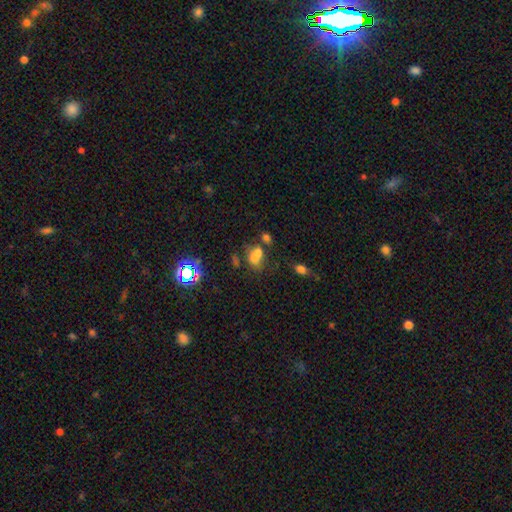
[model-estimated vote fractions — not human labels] Smooth or featured? Predicted: smooth (p=0.58). How rounded? Predicted: in between (p=0.56). Merging? Predicted: merger (p=0.57).